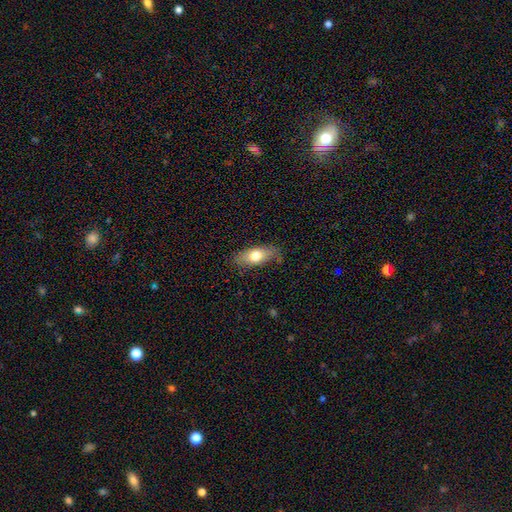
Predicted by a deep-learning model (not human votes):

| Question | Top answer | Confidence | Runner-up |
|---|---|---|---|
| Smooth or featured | smooth | 69% | featured or disk (24%) |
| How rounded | in between | 79% | cigar-shaped (17%) |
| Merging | none | 74% | minor disturbance (20%) |